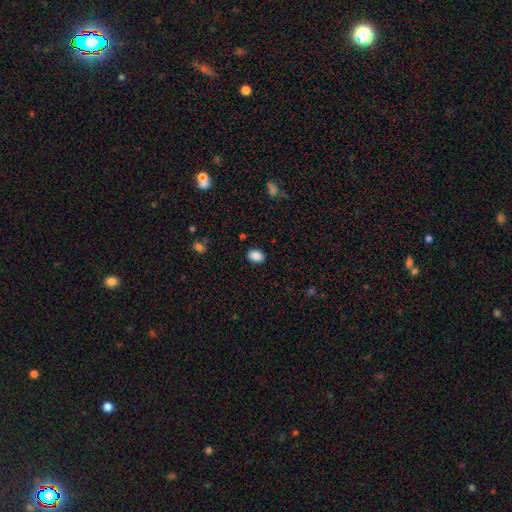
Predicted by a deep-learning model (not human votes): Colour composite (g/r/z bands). It shows a smooth galaxy with no disk features (88%) that is in between round and cigar-shaped (82%). Merging: none (87%).